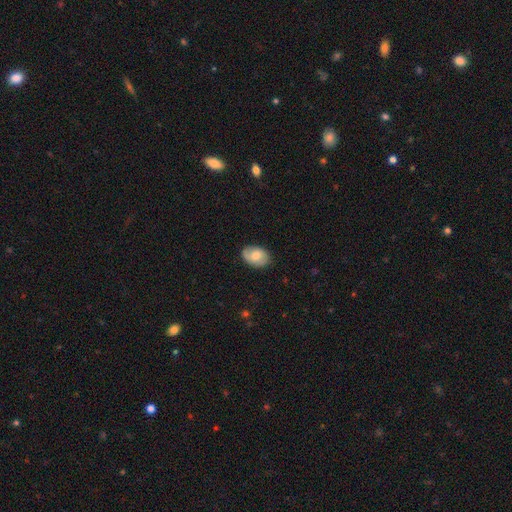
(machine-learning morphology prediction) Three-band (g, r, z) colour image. It shows a smooth galaxy with no disk features (63%) that is in between round and cigar-shaped (81%). Merging: none (80%).